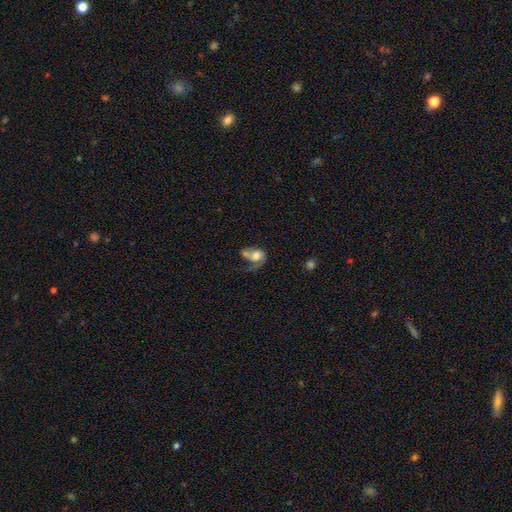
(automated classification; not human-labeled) Smooth or featured? Predicted: featured or disk (p=0.52). Edge-on disk? Predicted: no (p=0.97). Merging? Predicted: major disturbance (p=0.35).